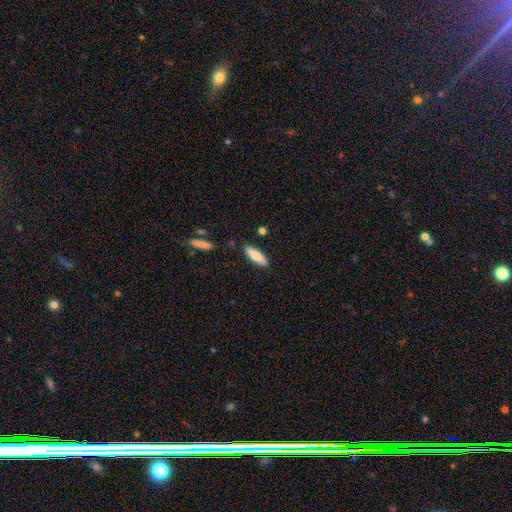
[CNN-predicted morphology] Q: Smooth or featured?
A: smooth (76%); runner-up: featured or disk (18%)
Q: How rounded?
A: cigar-shaped (55%); runner-up: in between (43%)
Q: Merging?
A: none (86%); runner-up: minor disturbance (10%)